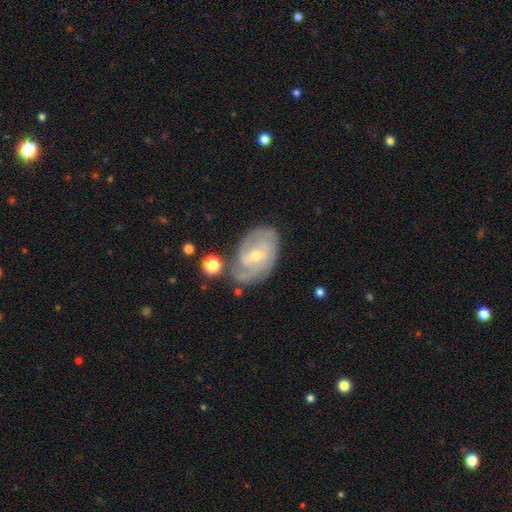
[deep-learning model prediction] A featured or disk galaxy (81%) with a weak bar (46%), 2 (38%) tight (59%) spiral arms (92%) and a small central bulge (64%).

Vote fractions:
- Smooth or featured? featured or disk: 81% / smooth: 13% / star or artifact: 6%
- Edge-on disk? no: 96% / yes: 4%
- Bar? weak: 46% / no: 42% / strong: 12%
- Spiral arms? yes: 92% / no: 8%
- Spiral winding? tight: 59% / medium: 32% / loose: 9%
- Spiral arm count? 2: 38% / can't tell: 32% / 3: 16% / 1: 6% / 4: 5% / more than 4: 3%
- Bulge size? small: 64% / moderate: 33% / none: 1% / large: 1% / dominant: 1%
- Merging? none: 62% / minor disturbance: 23% / major disturbance: 9% / merger: 6%